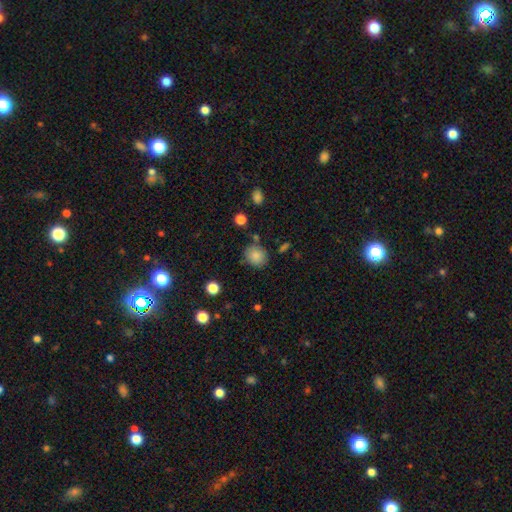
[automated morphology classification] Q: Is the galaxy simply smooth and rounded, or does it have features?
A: smooth — 84%.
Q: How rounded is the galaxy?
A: round — 72%.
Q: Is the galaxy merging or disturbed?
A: none — 76%.